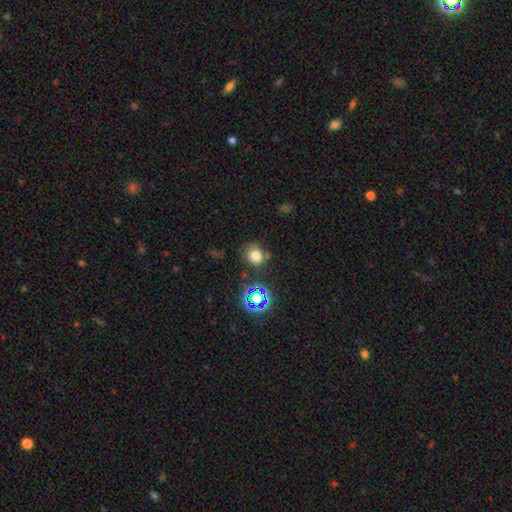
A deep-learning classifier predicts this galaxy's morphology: type=smooth (73%); roundness=round (81%); merging=none (74%).